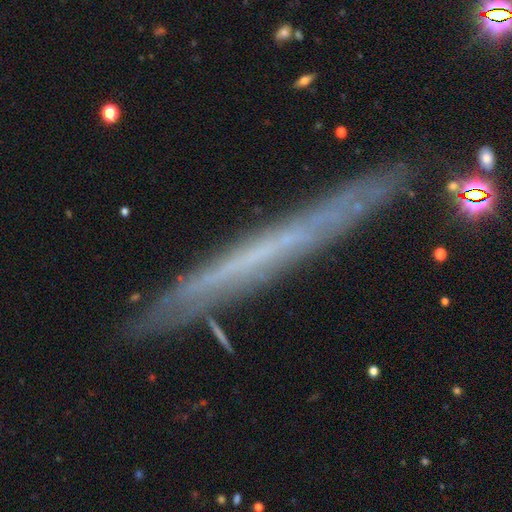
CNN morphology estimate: Overall: featured or disk (62%; smooth 30%). Edge-on disk: yes (93%). Edge-on bulge: none (91%). Merging: none (86%).